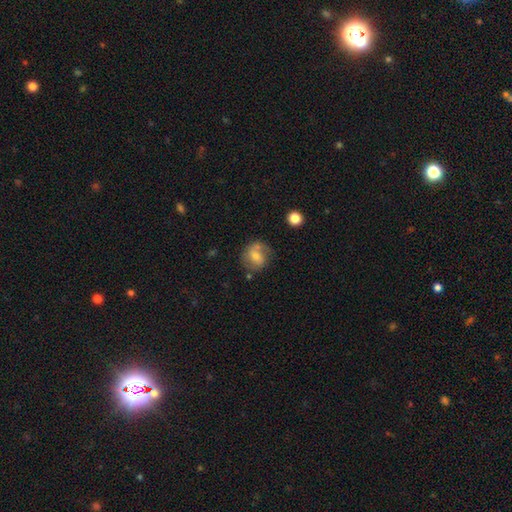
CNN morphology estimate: type=smooth (54%); roundness=round (72%); merging=none (58%).